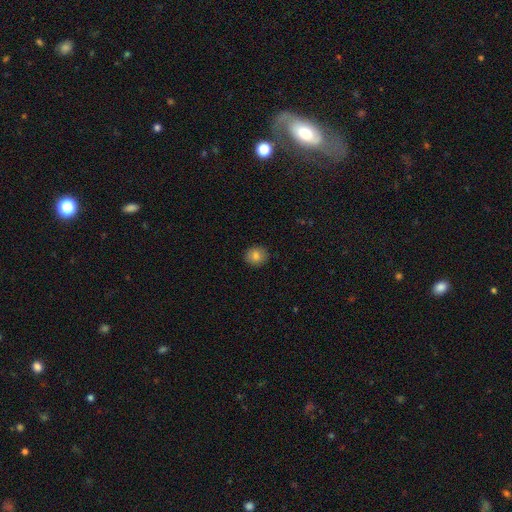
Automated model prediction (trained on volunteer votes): A smooth galaxy with no disk features (81%) that is round (82%).

Vote fractions:
- Smooth or featured? smooth: 81% / star or artifact: 10% / featured or disk: 9%
- How rounded? round: 82% / in between: 17% / cigar-shaped: 1%
- Merging? none: 90% / minor disturbance: 7% / major disturbance: 2% / merger: 1%